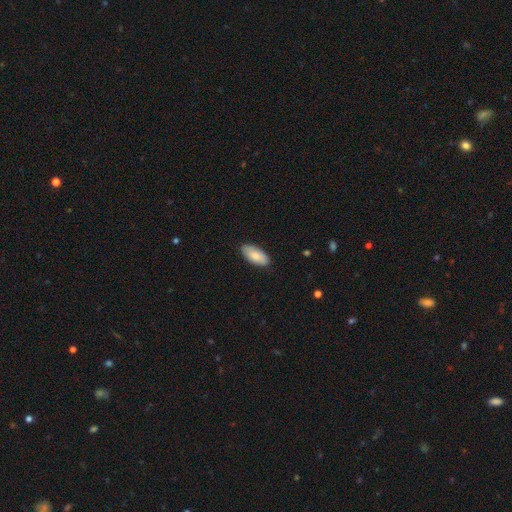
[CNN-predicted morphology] Q: Smooth or featured?
A: smooth (83%); runner-up: featured or disk (11%)
Q: How rounded?
A: in between (90%); runner-up: cigar-shaped (8%)
Q: Merging?
A: none (85%); runner-up: minor disturbance (12%)